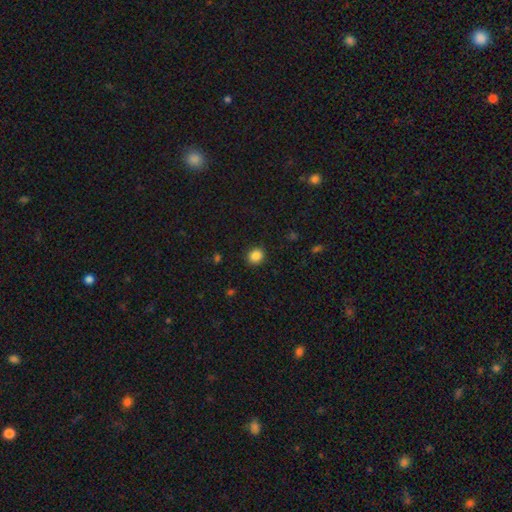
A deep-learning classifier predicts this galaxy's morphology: type=smooth (87%); roundness=round (77%); merging=none (90%).